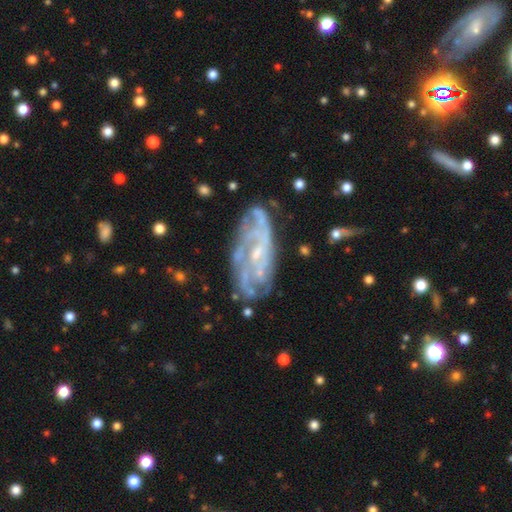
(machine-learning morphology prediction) smooth_or_featured: featured or disk (p=0.82) [alt: smooth p=0.11]
disk_edge_on: no (p=0.94) [alt: yes p=0.06]
bar: no (p=0.52) [alt: weak p=0.37]
has_spiral_arms: yes (p=0.79) [alt: no p=0.21]
spiral_winding: tight (p=0.50) [alt: medium p=0.37]
spiral_arm_count: can't tell (p=0.46) [alt: 2 p=0.18]
bulge_size: small (p=0.56) [alt: moderate p=0.28]
merging: none (p=0.60) [alt: minor disturbance p=0.21]